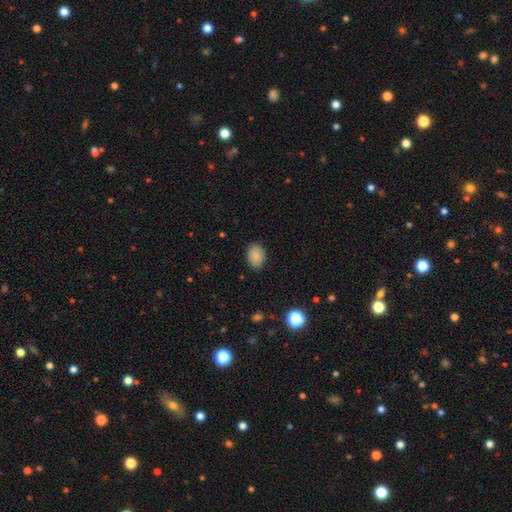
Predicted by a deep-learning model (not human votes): This appears to be a smooth galaxy with no disk features (87%) that is in between round and cigar-shaped (79%). Merging: none (84%).